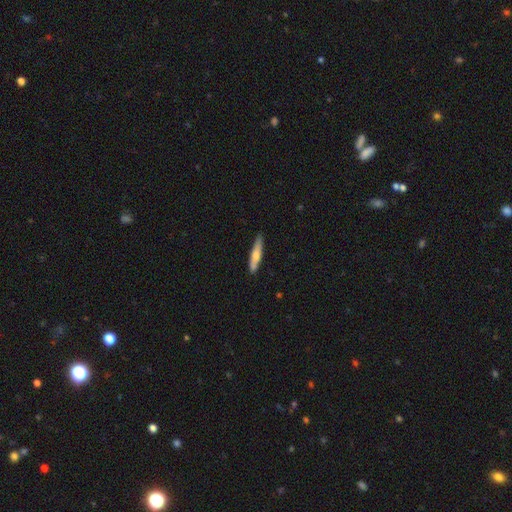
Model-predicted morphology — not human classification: A smooth galaxy with no disk features (57%) that is cigar-shaped (89%).

Vote fractions:
- Smooth or featured? smooth: 57% / featured or disk: 37% / star or artifact: 6%
- How rounded? cigar-shaped: 89% / in between: 9% / round: 1%
- Merging? none: 85% / minor disturbance: 12% / major disturbance: 2% / merger: 1%